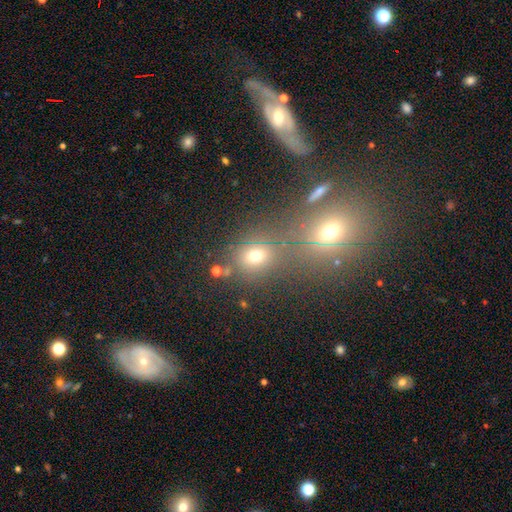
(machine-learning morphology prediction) Smooth or featured?
  - smooth: 60% *
  - star or artifact: 27%
  - featured or disk: 13%
How rounded?
  - round: 67% *
  - in between: 31%
  - cigar-shaped: 2%
Merging?
  - none: 55% *
  - merger: 31%
  - minor disturbance: 9%
  - major disturbance: 5%